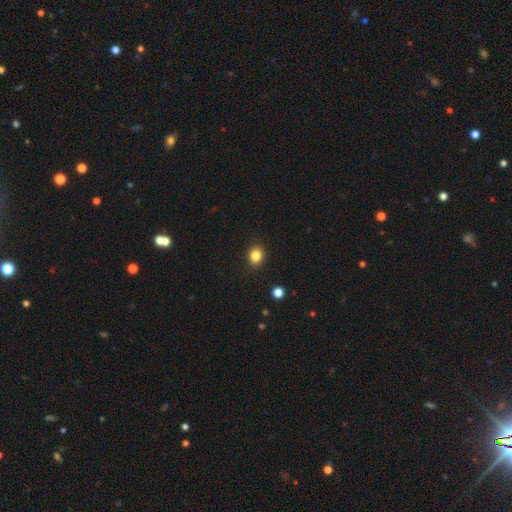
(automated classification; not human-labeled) Smooth or featured? Predicted: smooth (p=0.84). How rounded? Predicted: round (p=0.75). Merging? Predicted: none (p=0.91).